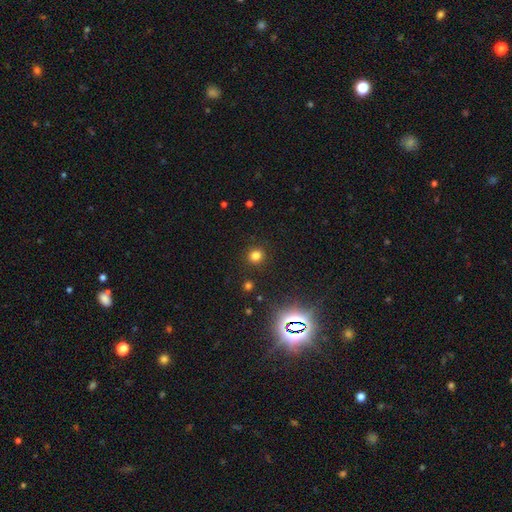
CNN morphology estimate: A smooth galaxy with no disk features (77%) that is round (90%).

Vote fractions:
- Smooth or featured? smooth: 77% / star or artifact: 18% / featured or disk: 5%
- How rounded? round: 90% / in between: 9% / cigar-shaped: 1%
- Merging? none: 90% / minor disturbance: 6% / major disturbance: 2% / merger: 2%